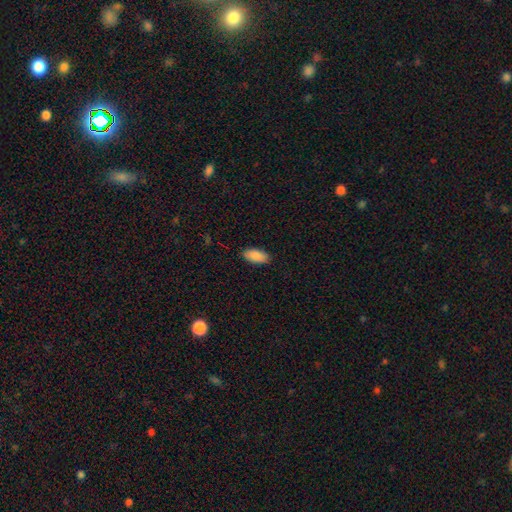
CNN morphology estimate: smooth_or_featured: smooth (p=0.88) [alt: star or artifact p=0.07]
how_rounded: in between (p=0.93) [alt: cigar-shaped p=0.05]
merging: none (p=0.87) [alt: minor disturbance p=0.10]